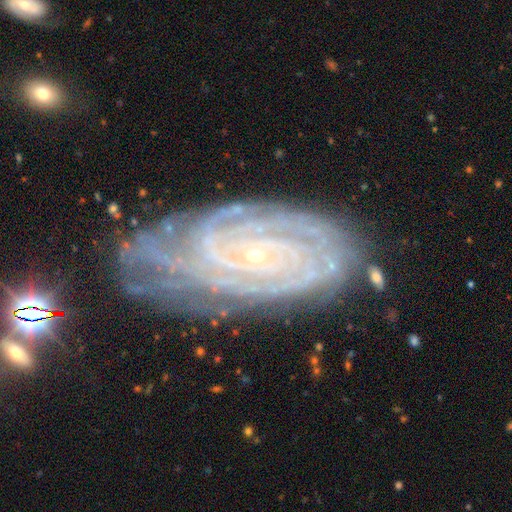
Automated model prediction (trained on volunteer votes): This is clearly a featured or disk galaxy (89%). It is clearly not viewed edge-on (96%). Bar: likely no (71%). Spiral arm pattern: clearly yes (98%). Spiral arm count: marginally 4 (22%). Spiral winding: clearly tight (84%). Central bulge: clearly small (88%). Merging: likely none (70%).